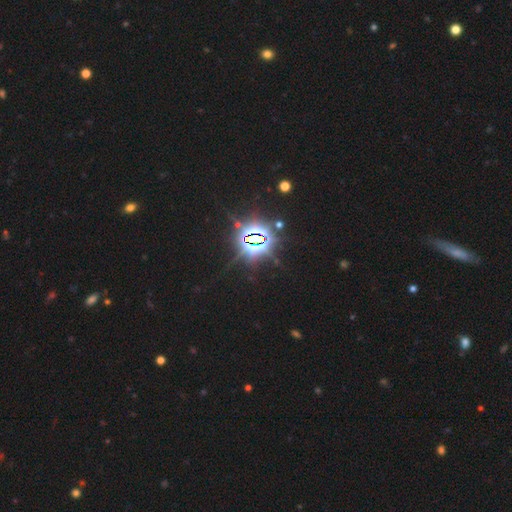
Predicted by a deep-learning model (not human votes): This is clearly a star or artifact rather than a galaxy (85%).